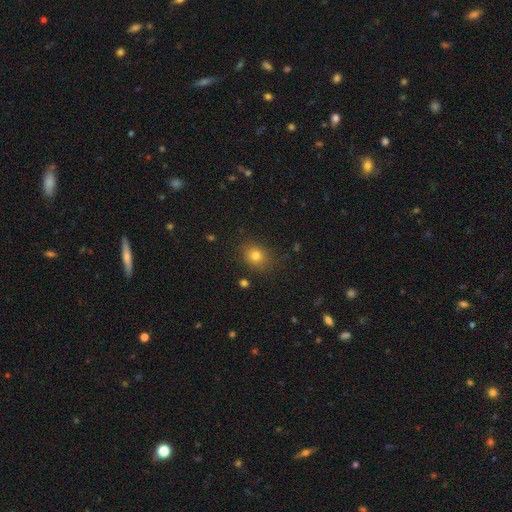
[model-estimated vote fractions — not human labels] Smooth or featured? smooth (78%)
How rounded? round (63%)
Merging? none (83%)